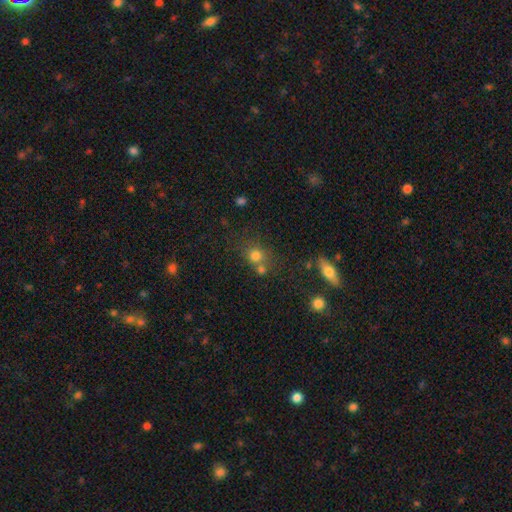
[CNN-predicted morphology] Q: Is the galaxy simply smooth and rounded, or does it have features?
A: smooth — 75%.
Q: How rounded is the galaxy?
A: round — 81%.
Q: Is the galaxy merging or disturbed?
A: none — 54%.